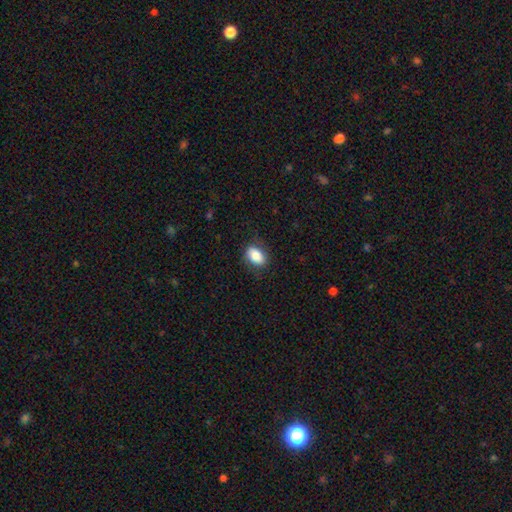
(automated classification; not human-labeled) Overall: smooth (81%). How rounded: in between (88%). Merging: none (78%).